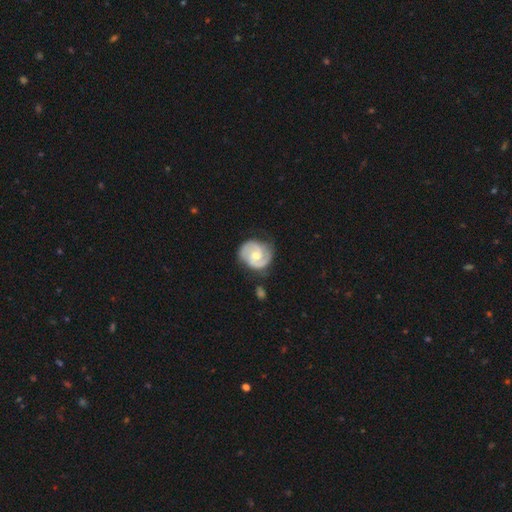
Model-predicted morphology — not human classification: Smooth or featured?
  - featured or disk: 83% *
  - smooth: 12%
  - star or artifact: 5%
Edge-on disk?
  - no: 98% *
  - yes: 2%
Bar?
  - no: 50% *
  - weak: 42%
  - strong: 8%
Spiral arms?
  - yes: 96% *
  - no: 4%
Spiral winding?
  - tight: 47% *
  - medium: 42%
  - loose: 10%
Spiral arm count?
  - 2: 85% *
  - can't tell: 6%
  - 3: 4%
  - 1: 3%
  - 4: 1%
  - more than 4: 1%
Bulge size?
  - moderate: 58% *
  - small: 36%
  - large: 3%
  - none: 2%
  - dominant: 1%
Merging?
  - none: 73% *
  - minor disturbance: 19%
  - major disturbance: 6%
  - merger: 2%